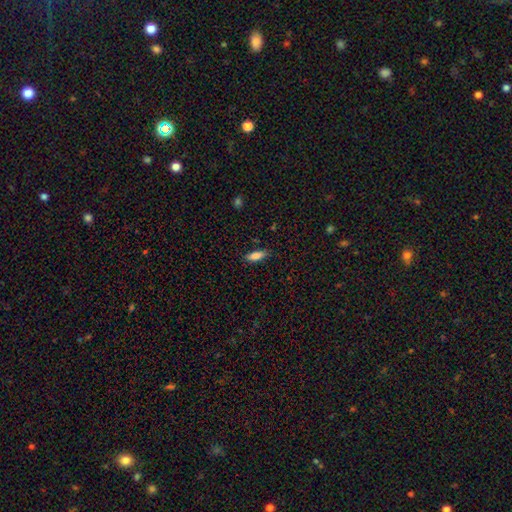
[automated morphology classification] The model was most divided on "how rounded": in between: 65%, cigar-shaped: 33%, round: 2%. More confident: smooth or featured — smooth (83%); merging — none (82%).